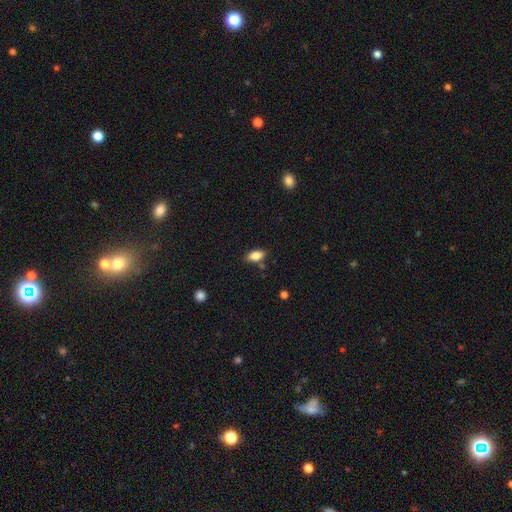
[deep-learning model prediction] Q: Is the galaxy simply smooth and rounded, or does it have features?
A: smooth — 84%.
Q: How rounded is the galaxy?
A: in between — 90%.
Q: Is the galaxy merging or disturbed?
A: none — 79%.